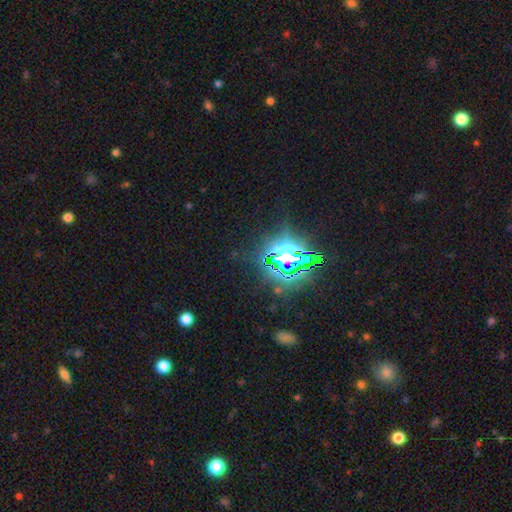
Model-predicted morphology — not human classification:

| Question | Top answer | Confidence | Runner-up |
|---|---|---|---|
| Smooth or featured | star or artifact | 83% | smooth (9%) |